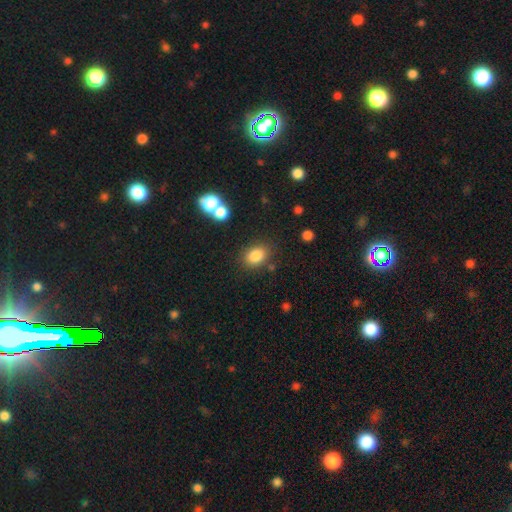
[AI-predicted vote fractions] Smooth or featured?
  - smooth: 83% *
  - star or artifact: 11%
  - featured or disk: 6%
How rounded?
  - in between: 62% *
  - round: 37%
  - cigar-shaped: 1%
Merging?
  - none: 80% *
  - minor disturbance: 11%
  - merger: 6%
  - major disturbance: 4%